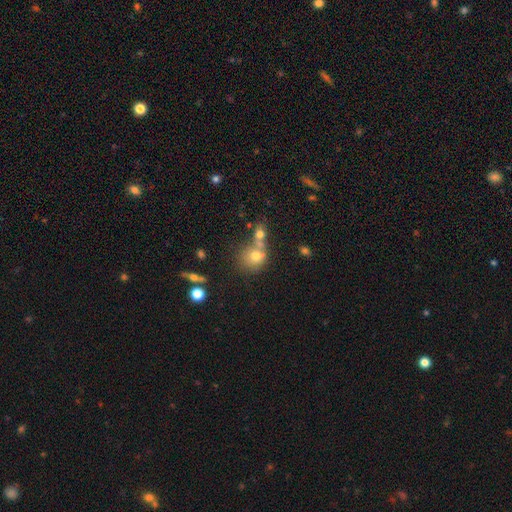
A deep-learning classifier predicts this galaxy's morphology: This appears to be a smooth galaxy with no disk features (68%) that is round (80%). Merging: merger (44%).